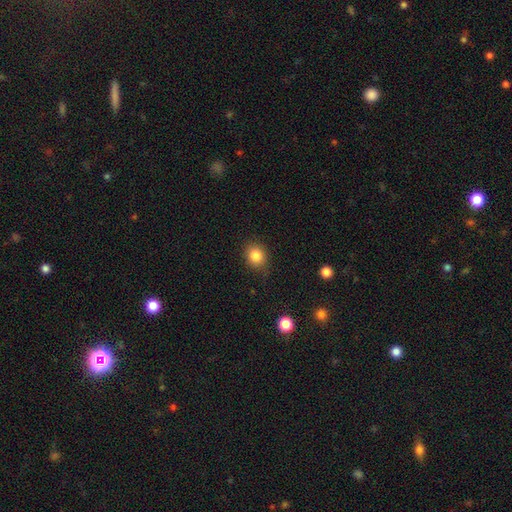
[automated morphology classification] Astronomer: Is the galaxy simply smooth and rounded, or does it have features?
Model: smooth — 84%.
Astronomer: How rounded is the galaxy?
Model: round — 66%.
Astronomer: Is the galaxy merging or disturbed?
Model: none — 81%.